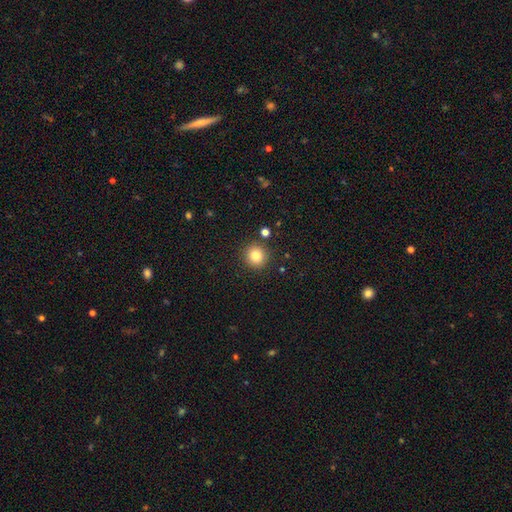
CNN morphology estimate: smooth_or_featured: smooth (p=0.82) [alt: star or artifact p=0.11]
how_rounded: round (p=0.93) [alt: in between p=0.06]
merging: none (p=0.88) [alt: minor disturbance p=0.06]